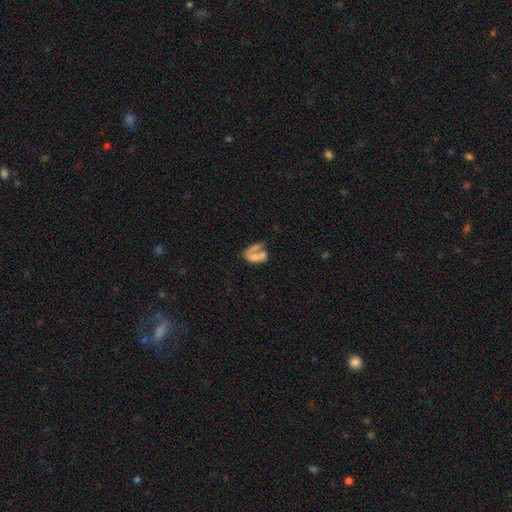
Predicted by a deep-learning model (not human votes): smooth_or_featured: smooth (p=0.52) [alt: featured or disk p=0.36]
how_rounded: in between (p=0.82) [alt: round p=0.11]
merging: merger (p=0.47) [alt: none p=0.23]